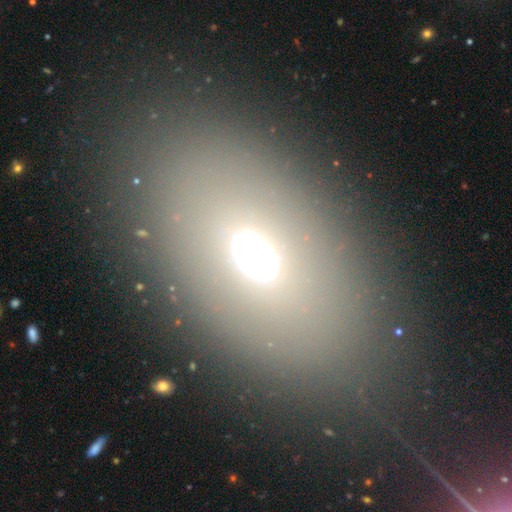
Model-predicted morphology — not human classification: A smooth galaxy with no disk features (57%) that is in between round and cigar-shaped (84%).

Vote fractions:
- Smooth or featured? smooth: 57% / featured or disk: 22% / star or artifact: 21%
- How rounded? in between: 84% / round: 14% / cigar-shaped: 3%
- Merging? none: 85% / minor disturbance: 8% / major disturbance: 4% / merger: 3%